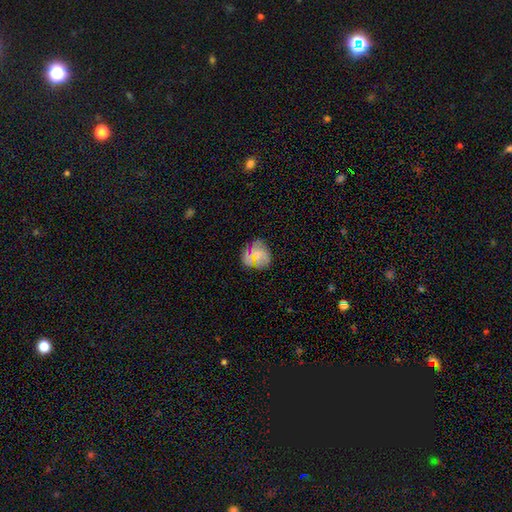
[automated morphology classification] Smooth or featured? smooth (54%)
How rounded? round (75%)
Merging? none (74%)